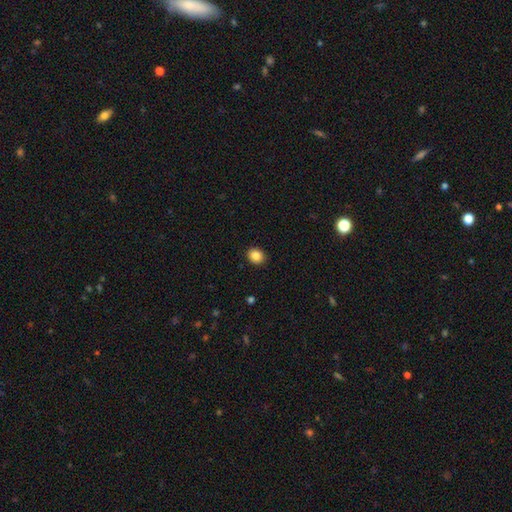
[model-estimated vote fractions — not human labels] Q: Smooth or featured?
A: smooth (86%); runner-up: star or artifact (10%)
Q: How rounded?
A: round (66%); runner-up: in between (33%)
Q: Merging?
A: none (91%); runner-up: minor disturbance (6%)